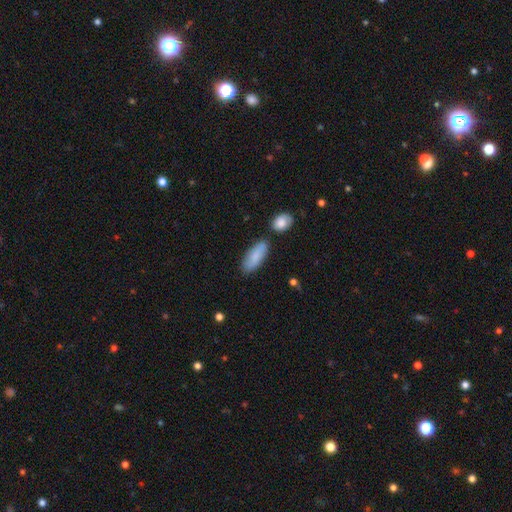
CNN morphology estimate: Smooth or featured? smooth (82%)
How rounded? in between (76%)
Merging? none (74%)